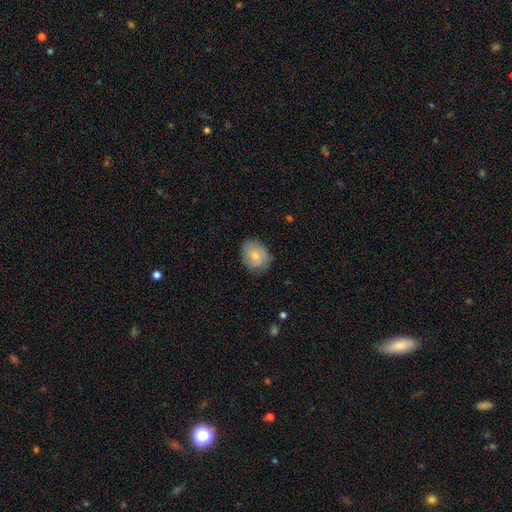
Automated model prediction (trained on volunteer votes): Smooth or featured?
  - smooth: 75% *
  - featured or disk: 18%
  - star or artifact: 7%
How rounded?
  - round: 50% *
  - in between: 49%
  - cigar-shaped: 1%
Merging?
  - none: 74% *
  - minor disturbance: 20%
  - major disturbance: 4%
  - merger: 1%